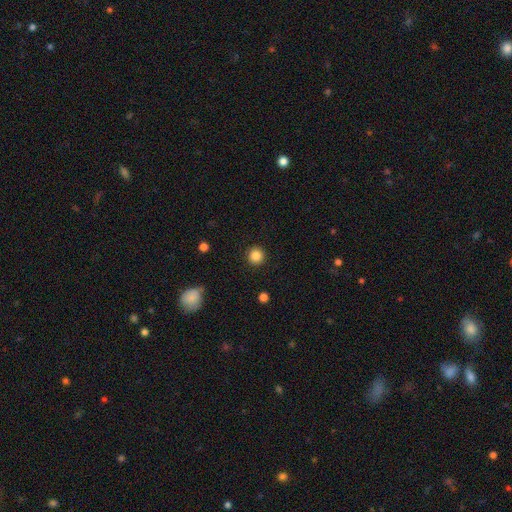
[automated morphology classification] Smooth or featured? Predicted: smooth (p=0.86). How rounded? Predicted: round (p=0.95). Merging? Predicted: none (p=0.92).